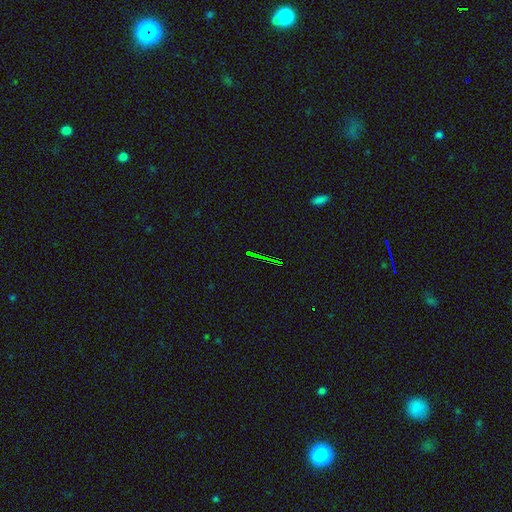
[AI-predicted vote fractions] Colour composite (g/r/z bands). It shows a star or artifact, not a galaxy (74%).